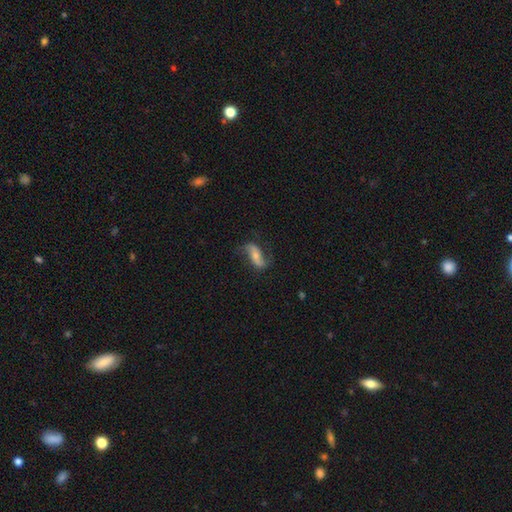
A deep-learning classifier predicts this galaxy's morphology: smooth_or_featured: featured or disk (p=0.64) [alt: smooth p=0.29]
disk_edge_on: no (p=0.90) [alt: yes p=0.10]
bar: no (p=0.41) [alt: strong p=0.31]
has_spiral_arms: yes (p=0.89) [alt: no p=0.11]
spiral_winding: loose (p=0.68) [alt: medium p=0.23]
spiral_arm_count: 2 (p=0.89) [alt: can't tell p=0.04]
bulge_size: small (p=0.46) [alt: moderate p=0.42]
merging: none (p=0.69) [alt: minor disturbance p=0.19]